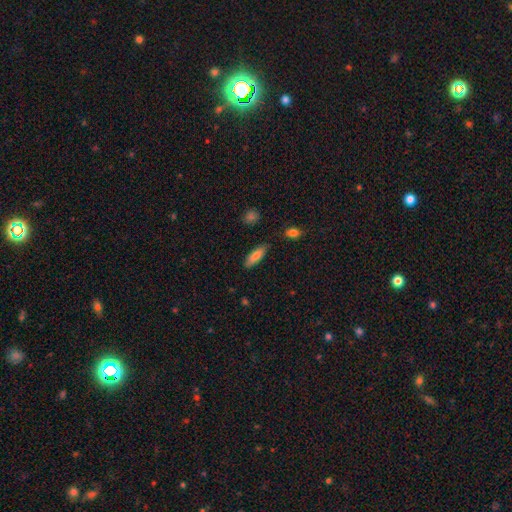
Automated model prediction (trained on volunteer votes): smooth 79%, featured or disk 14%, star or artifact 7%. Down the decision tree: how rounded — in between (57%); merging — none (83%).